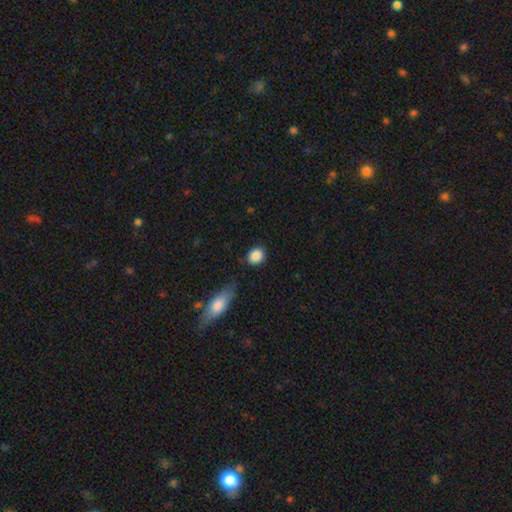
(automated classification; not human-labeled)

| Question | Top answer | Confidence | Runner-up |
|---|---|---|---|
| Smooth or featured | smooth | 88% | star or artifact (8%) |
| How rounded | round | 69% | in between (29%) |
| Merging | none | 83% | minor disturbance (12%) |